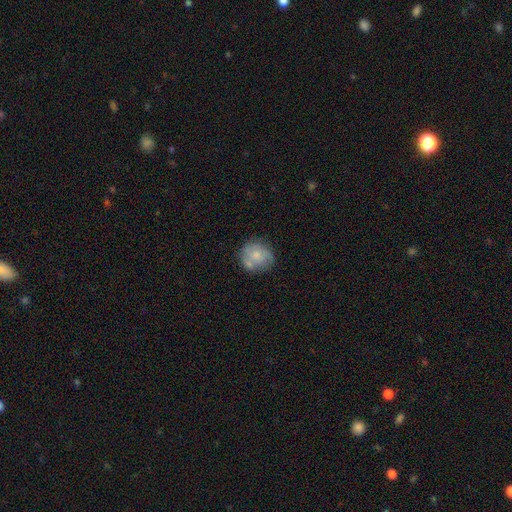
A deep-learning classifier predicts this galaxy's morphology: Smooth or featured? Predicted: smooth (p=0.61). How rounded? Predicted: round (p=0.82). Merging? Predicted: none (p=0.57).